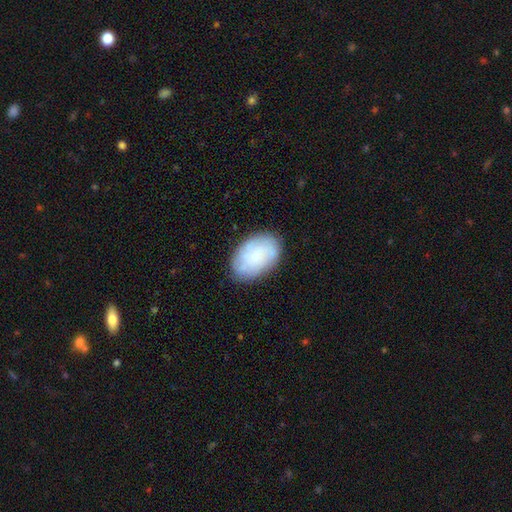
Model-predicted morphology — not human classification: Smooth or featured?
  - smooth: 66% *
  - featured or disk: 25%
  - star or artifact: 8%
How rounded?
  - in between: 90% *
  - round: 9%
  - cigar-shaped: 1%
Merging?
  - none: 80% *
  - minor disturbance: 15%
  - major disturbance: 4%
  - merger: 1%